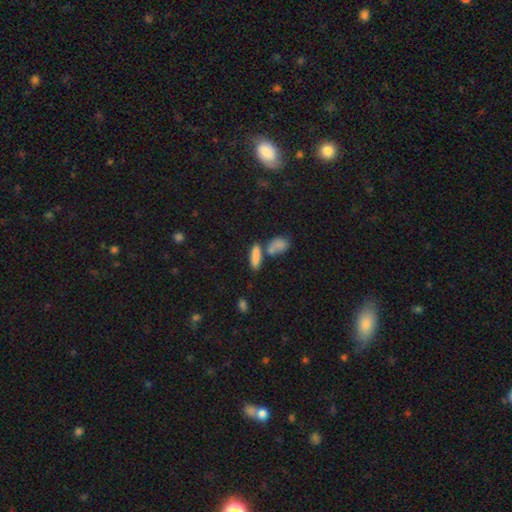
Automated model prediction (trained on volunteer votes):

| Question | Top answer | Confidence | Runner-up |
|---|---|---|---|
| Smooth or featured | smooth | 82% | featured or disk (10%) |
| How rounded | cigar-shaped | 50% | in between (46%) |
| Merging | none | 54% | merger (31%) |